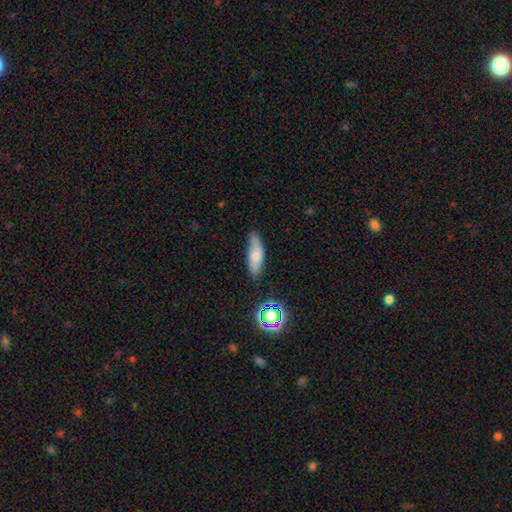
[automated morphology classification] Q: Smooth or featured?
A: smooth (68%); runner-up: featured or disk (22%)
Q: How rounded?
A: in between (58%); runner-up: cigar-shaped (39%)
Q: Merging?
A: none (74%); runner-up: minor disturbance (20%)